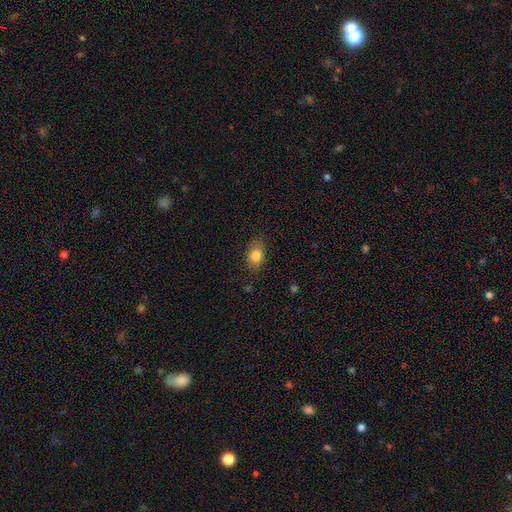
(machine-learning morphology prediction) Smooth or featured: smooth — 81% (featured or disk — 10%)
How rounded: in between — 82% (round — 15%)
Merging: none — 82% (minor disturbance — 14%)